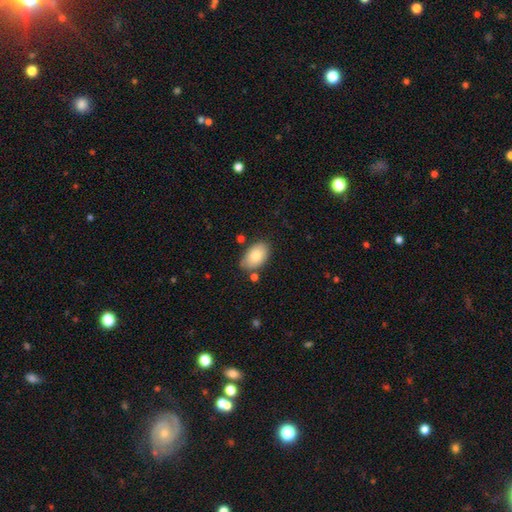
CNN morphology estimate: Smooth or featured: smooth — 80% (featured or disk — 14%)
How rounded: in between — 92% (round — 7%)
Merging: none — 76% (minor disturbance — 16%)